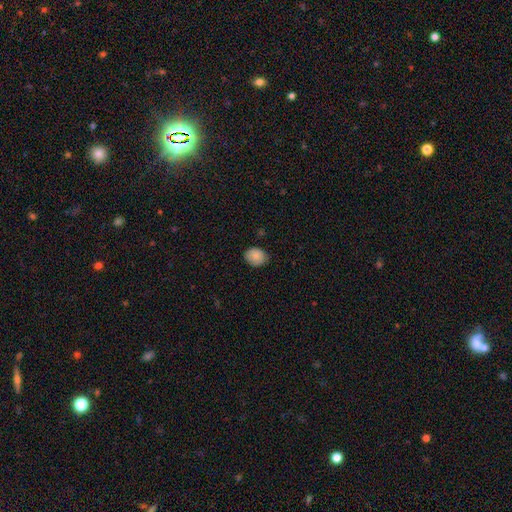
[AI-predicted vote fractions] Smooth or featured?
  - smooth: 84% *
  - star or artifact: 8%
  - featured or disk: 8%
How rounded?
  - round: 52% *
  - in between: 47%
  - cigar-shaped: 1%
Merging?
  - none: 77% *
  - minor disturbance: 19%
  - major disturbance: 3%
  - merger: 1%